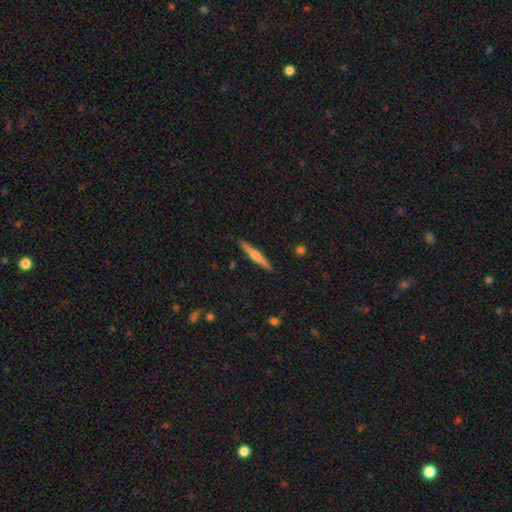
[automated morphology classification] smooth_or_featured: smooth (p=0.49) [alt: featured or disk p=0.46]
merging: none (p=0.90) [alt: minor disturbance p=0.08]